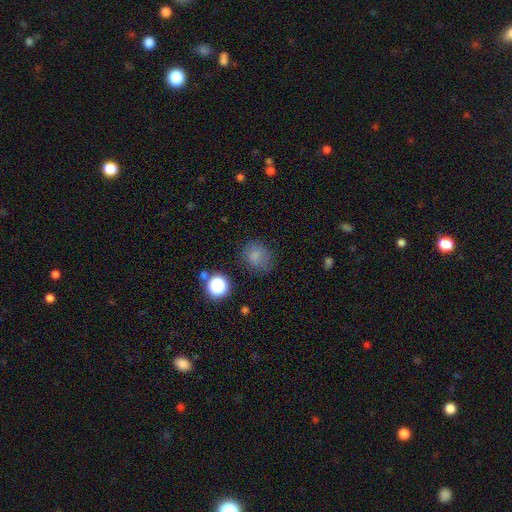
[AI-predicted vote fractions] Smooth or featured: smooth — 77% (star or artifact — 15%)
How rounded: round — 69% (in between — 30%)
Merging: none — 71% (minor disturbance — 19%)